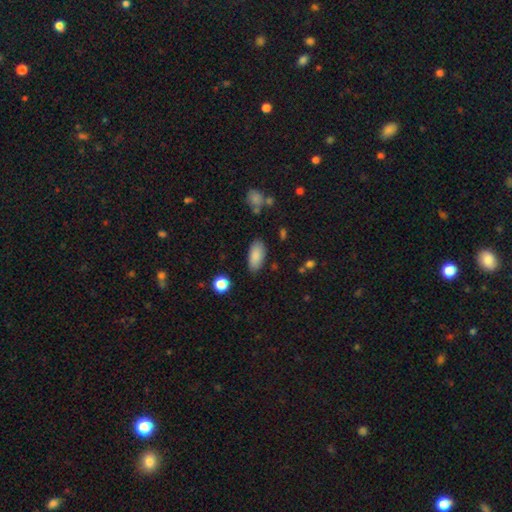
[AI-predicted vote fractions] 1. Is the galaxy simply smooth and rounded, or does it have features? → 87% smooth, 7% star or artifact, 6% featured or disk.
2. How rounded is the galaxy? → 90% in between, 8% cigar-shaped, 2% round.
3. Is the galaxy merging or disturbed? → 84% none, 11% minor disturbance, 3% major disturbance, 2% merger.